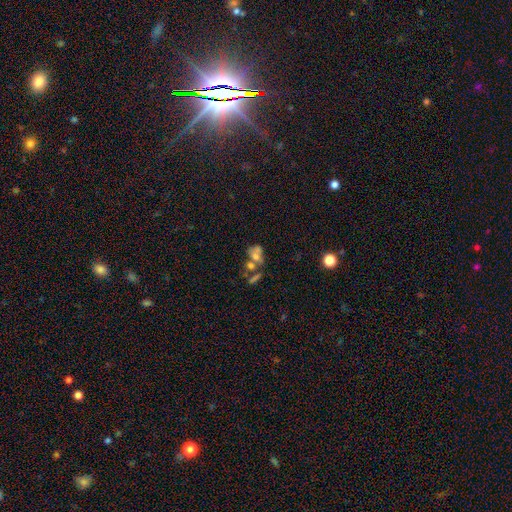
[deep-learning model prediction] A smooth galaxy with no disk features (55%) that is in between round and cigar-shaped (63%).

Vote fractions:
- Smooth or featured? smooth: 55% / featured or disk: 30% / star or artifact: 15%
- How rounded? in between: 63% / round: 34% / cigar-shaped: 3%
- Merging? merger: 51% / none: 25% / major disturbance: 12% / minor disturbance: 12%